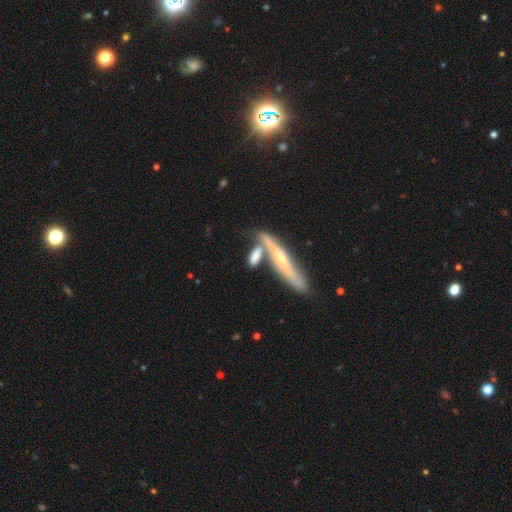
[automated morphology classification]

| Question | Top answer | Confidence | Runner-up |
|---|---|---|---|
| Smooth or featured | smooth | 59% | featured or disk (35%) |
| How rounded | cigar-shaped | 63% | in between (33%) |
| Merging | none | 45% | merger (37%) |